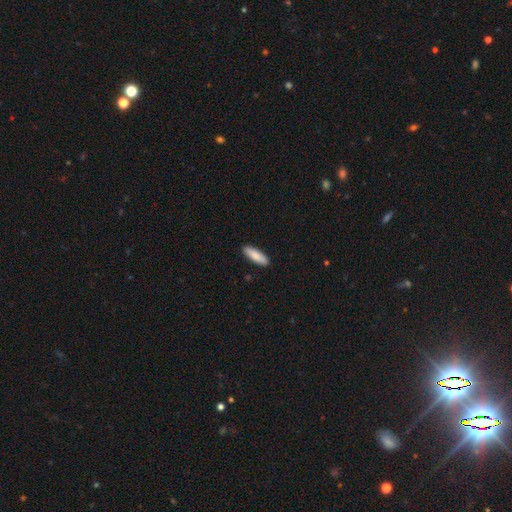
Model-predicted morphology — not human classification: smooth-or-featured: smooth: 86% | featured or disk: 9% | star or artifact: 5%
  how-rounded: cigar-shaped: 53% | in between: 45% | round: 2%
  merging: none: 90% | minor disturbance: 7% | major disturbance: 1% | merger: 1%